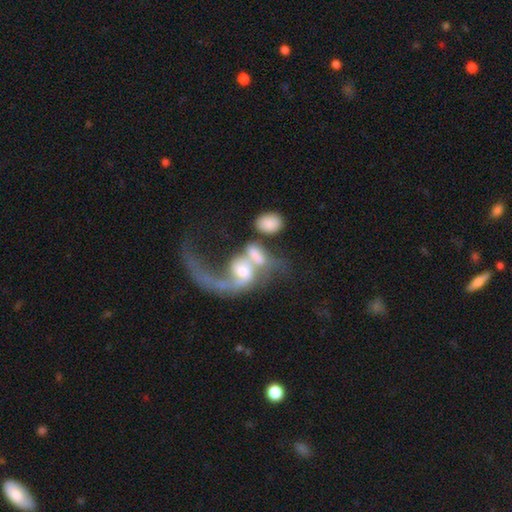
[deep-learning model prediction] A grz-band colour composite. It shows a featured or disk galaxy (67%) with no bar (58%), spiral arms (76%) and a moderate central bulge (49%). Merging: merger (53%).